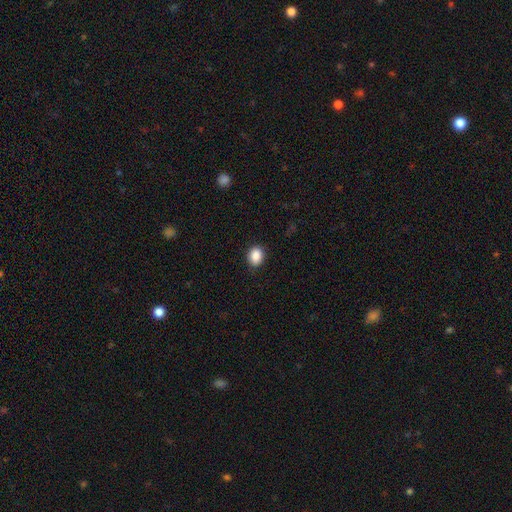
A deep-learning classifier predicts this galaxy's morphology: Smooth or featured? Predicted: smooth (p=0.89). How rounded? Predicted: in between (p=0.51). Merging? Predicted: none (p=0.87).